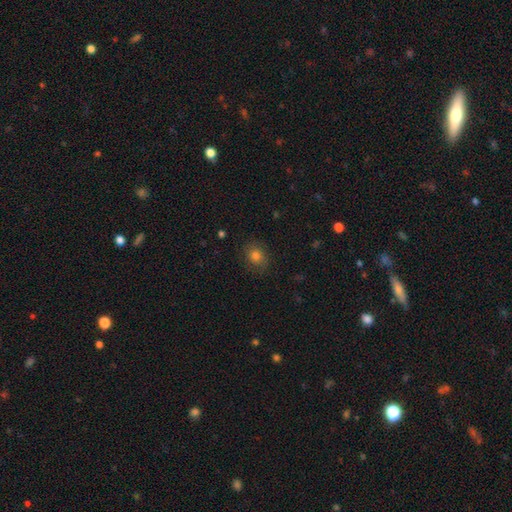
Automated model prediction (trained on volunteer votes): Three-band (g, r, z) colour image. It shows a smooth galaxy with no disk features (78%) that is round (59%). Merging: none (82%).